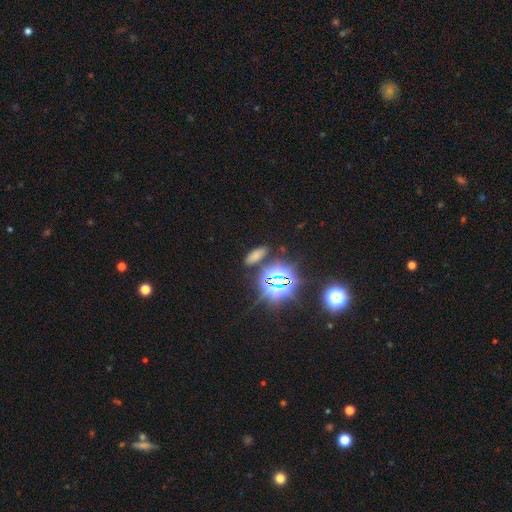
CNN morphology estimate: A smooth galaxy with no disk features (54%) that is in between round and cigar-shaped (73%). Merging: none (83%).